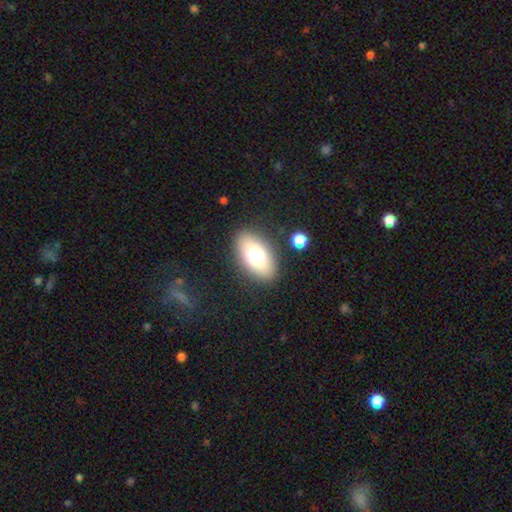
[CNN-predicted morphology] Overall: smooth (71%). How rounded: in between (89%). Merging: none (85%).